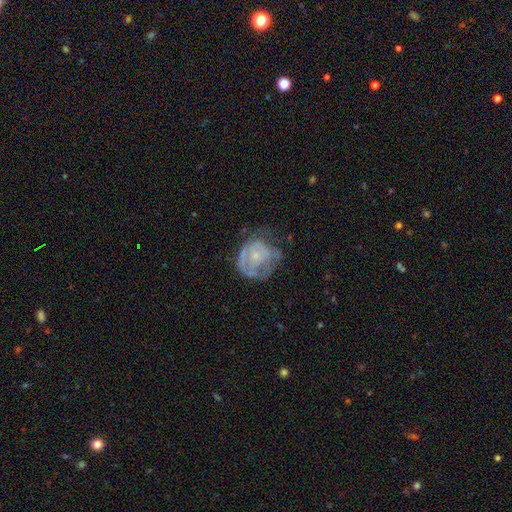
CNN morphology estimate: Q: Smooth or featured?
A: featured or disk (57%); runner-up: smooth (35%)
Q: Edge-on disk?
A: no (97%); runner-up: yes (3%)
Q: Bar?
A: no (85%); runner-up: weak (13%)
Q: Spiral arms?
A: no (56%); runner-up: yes (44%)
Q: Bulge size?
A: small (58%); runner-up: moderate (26%)
Q: Merging?
A: none (40%); runner-up: major disturbance (29%)